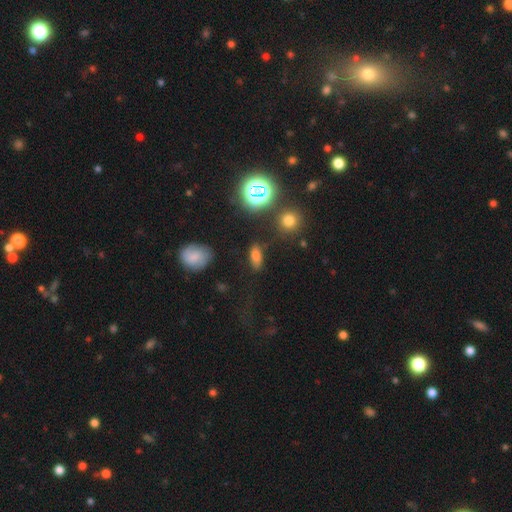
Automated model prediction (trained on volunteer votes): The model was most divided on "smooth or featured": smooth: 70%, star or artifact: 18%, featured or disk: 12%. More confident: merging — none (75%); how rounded — in between (73%).